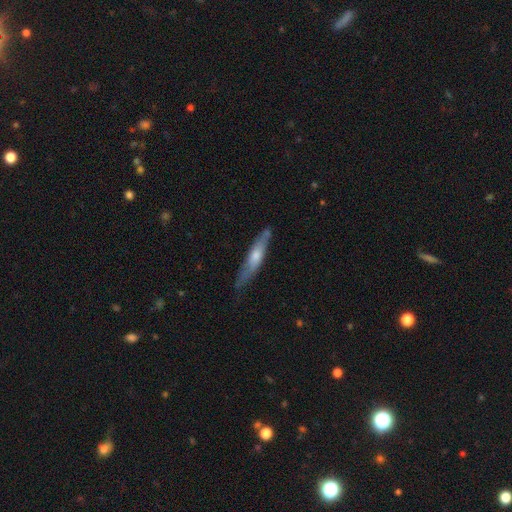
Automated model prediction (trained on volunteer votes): Smooth or featured? Predicted: featured or disk (p=0.52). Edge-on disk? Predicted: yes (p=0.82). Merging? Predicted: none (p=0.71).